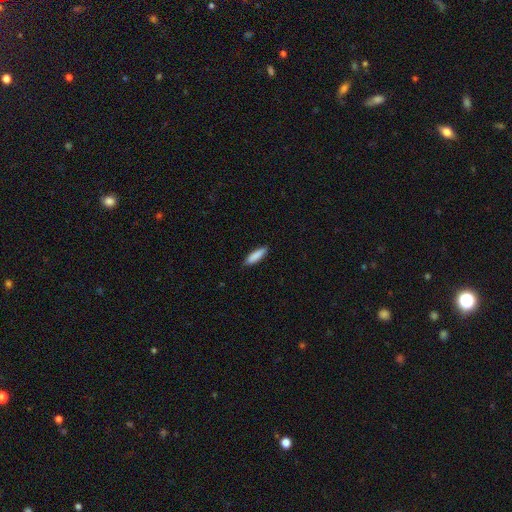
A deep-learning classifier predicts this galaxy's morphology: smooth-or-featured: smooth: 87% | featured or disk: 7% | star or artifact: 6%
  how-rounded: cigar-shaped: 67% | in between: 32% | round: 1%
  merging: none: 87% | minor disturbance: 10% | major disturbance: 2% | merger: 1%